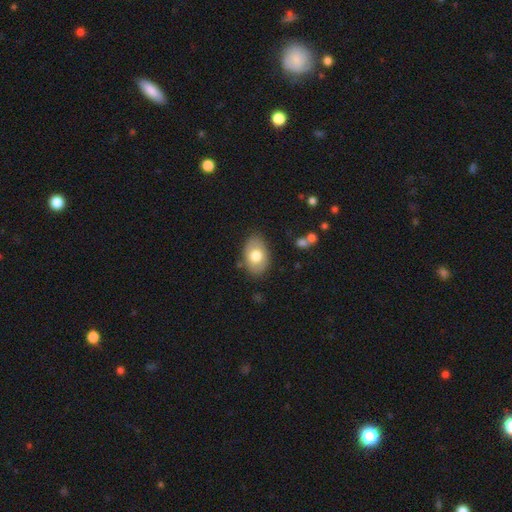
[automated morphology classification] Smooth or featured? smooth (72%)
How rounded? in between (88%)
Merging? none (80%)